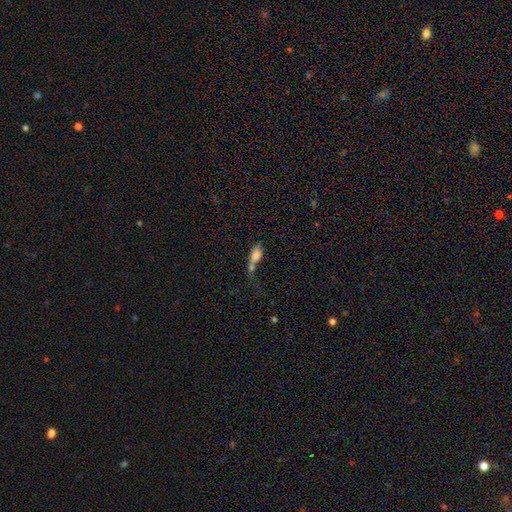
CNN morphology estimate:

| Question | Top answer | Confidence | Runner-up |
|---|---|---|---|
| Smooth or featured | smooth | 74% | featured or disk (16%) |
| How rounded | in between | 80% | cigar-shaped (13%) |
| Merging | merger | 52% | none (19%) |